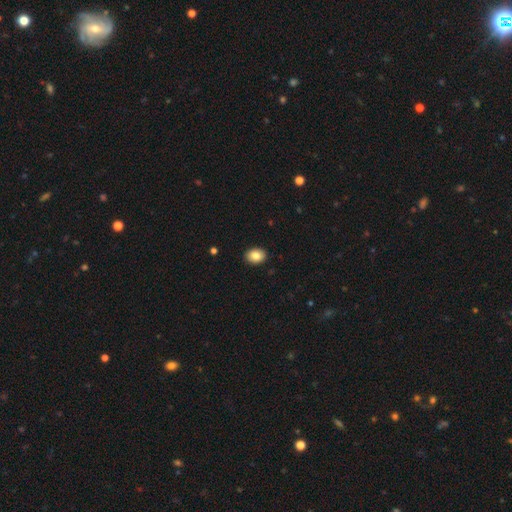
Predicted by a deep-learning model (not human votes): Smooth or featured? Predicted: smooth (p=0.85). How rounded? Predicted: in between (p=0.67). Merging? Predicted: none (p=0.91).